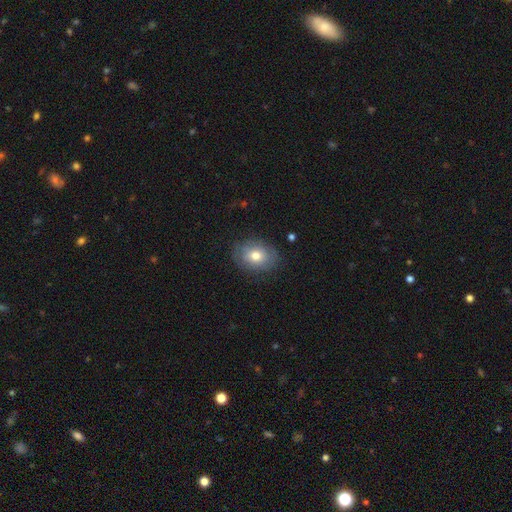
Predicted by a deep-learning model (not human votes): A smooth galaxy with no disk features (70%) that is in between round and cigar-shaped (63%). Merging: none (79%).